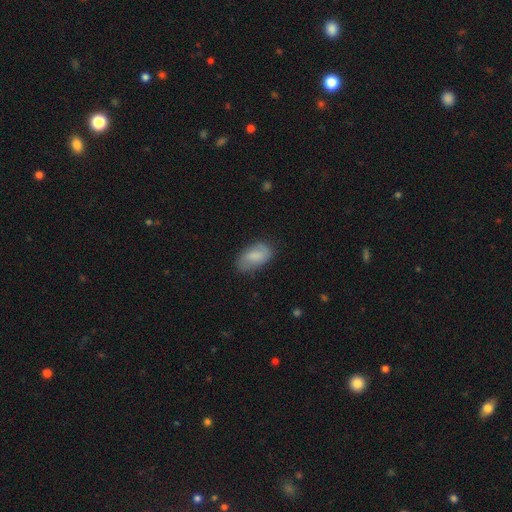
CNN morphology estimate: Smooth or featured: smooth — 73% (featured or disk — 20%)
How rounded: in between — 93% (round — 5%)
Merging: none — 72% (minor disturbance — 22%)